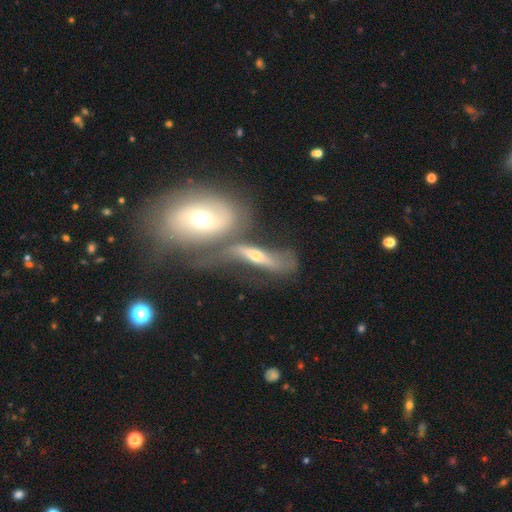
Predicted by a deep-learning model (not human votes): The model was most divided on "edge-on disk": no: 53%, yes: 47%. Remaining: smooth or featured — featured or disk (60%); merging — merger (48%).